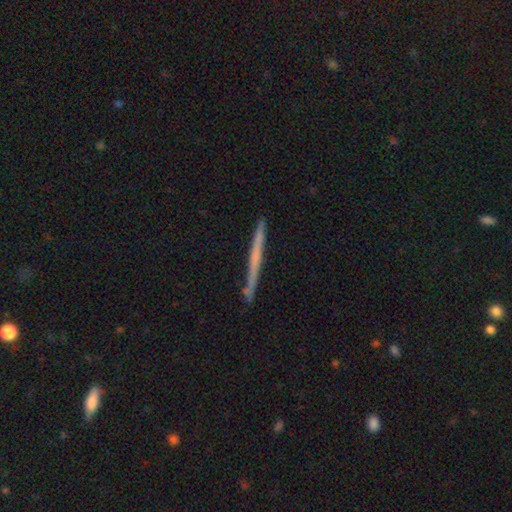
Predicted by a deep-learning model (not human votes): A featured or disk galaxy (53%) viewed edge-on (97%) with no central bulge (86%). Merging: none (87%).